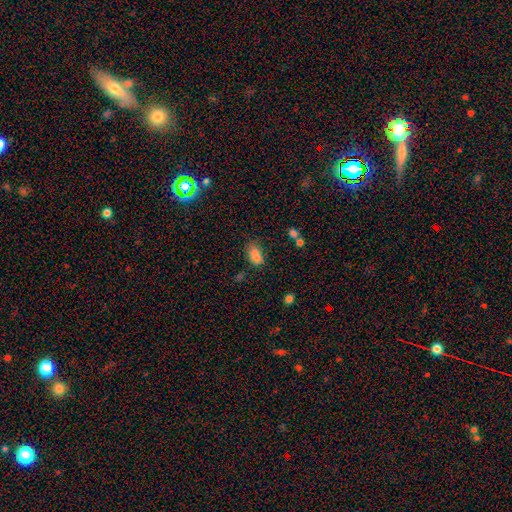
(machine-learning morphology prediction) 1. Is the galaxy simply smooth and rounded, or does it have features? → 82% smooth, 12% star or artifact, 7% featured or disk.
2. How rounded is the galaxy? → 88% in between, 10% round, 3% cigar-shaped.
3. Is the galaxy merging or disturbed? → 60% none, 24% minor disturbance, 8% merger, 8% major disturbance.